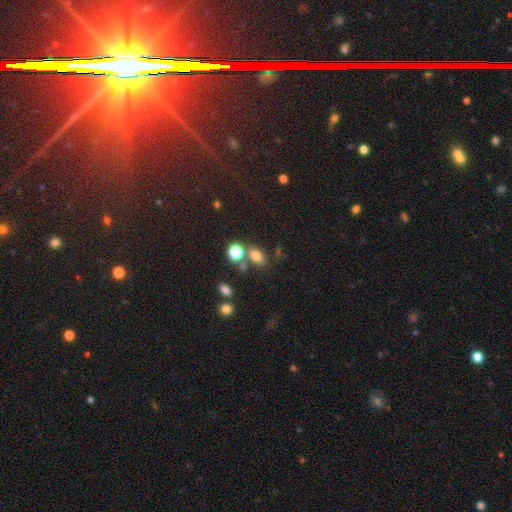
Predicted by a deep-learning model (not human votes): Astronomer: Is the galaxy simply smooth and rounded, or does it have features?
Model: smooth — 74%.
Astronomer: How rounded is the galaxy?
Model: in between — 72%.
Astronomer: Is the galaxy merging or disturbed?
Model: none — 58%.